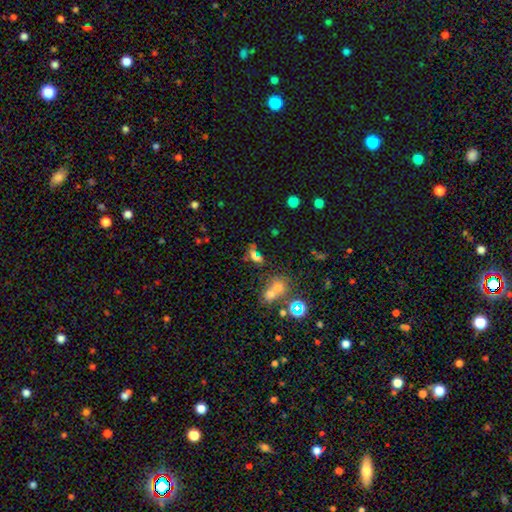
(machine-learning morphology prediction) type=smooth (57%); roundness=in between (66%); merging=none (45%).